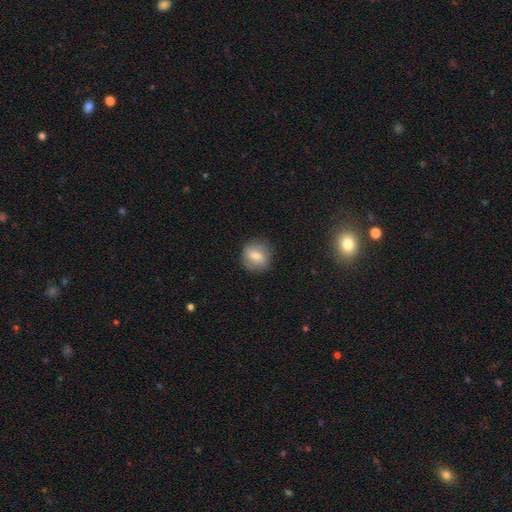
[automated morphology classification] Smooth or featured: smooth — 66% (featured or disk — 25%)
How rounded: round — 82% (in between — 17%)
Merging: none — 81% (minor disturbance — 14%)